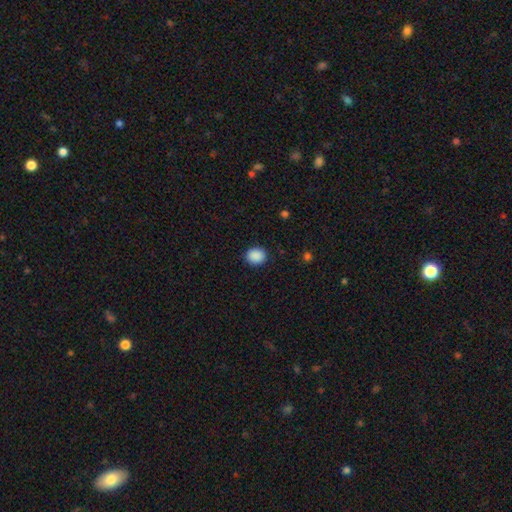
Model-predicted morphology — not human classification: Smooth or featured? Predicted: smooth (p=0.90). How rounded? Predicted: round (p=0.65). Merging? Predicted: none (p=0.90).